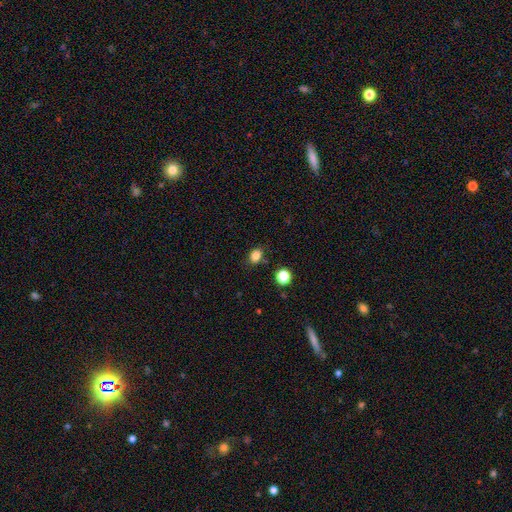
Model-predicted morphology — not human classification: smooth 83%, star or artifact 12%, featured or disk 5%. Down the decision tree: how rounded — in between (62%); merging — none (79%).